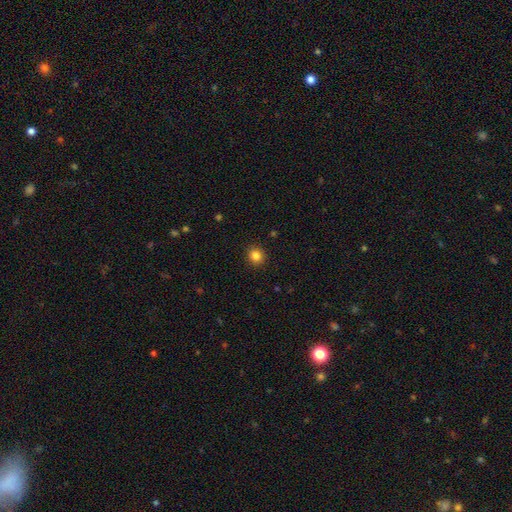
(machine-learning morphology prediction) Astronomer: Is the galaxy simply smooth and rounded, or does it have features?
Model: smooth — 84%.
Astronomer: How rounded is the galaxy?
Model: round — 86%.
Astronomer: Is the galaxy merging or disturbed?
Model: none — 91%.